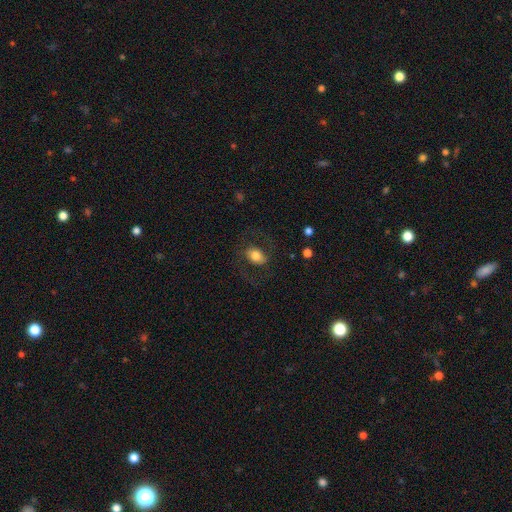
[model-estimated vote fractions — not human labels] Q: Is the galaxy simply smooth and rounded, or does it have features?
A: smooth — 55%.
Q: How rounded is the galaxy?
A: in between — 76%.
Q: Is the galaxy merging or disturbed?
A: none — 69%.